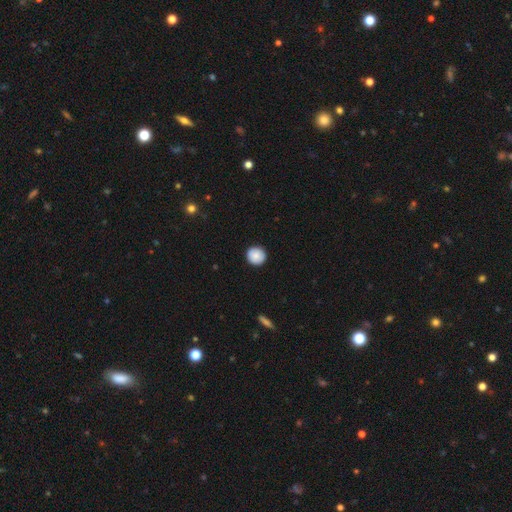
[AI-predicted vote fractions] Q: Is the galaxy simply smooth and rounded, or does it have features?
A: smooth — 86%.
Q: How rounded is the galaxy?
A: round — 93%.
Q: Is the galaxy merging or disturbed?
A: none — 90%.